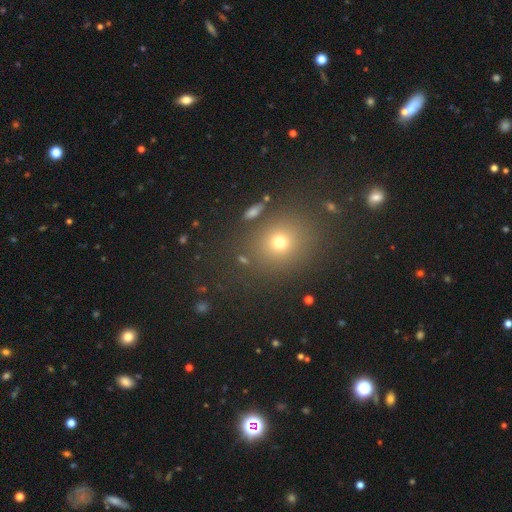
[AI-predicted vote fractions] This appears to be a smooth galaxy with no disk features (57%) that is round (74%). Merging: none (85%).